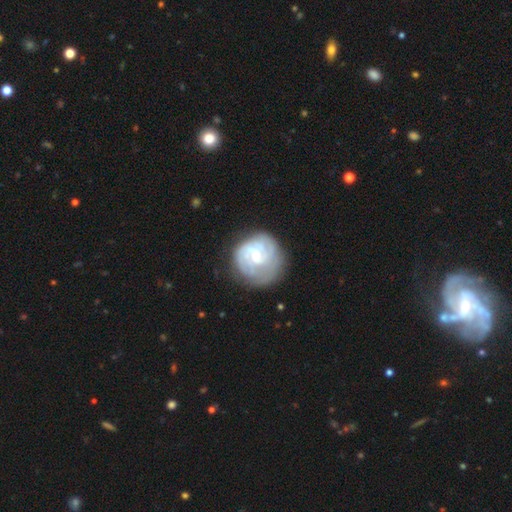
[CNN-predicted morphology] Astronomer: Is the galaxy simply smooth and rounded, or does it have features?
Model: featured or disk — 72%.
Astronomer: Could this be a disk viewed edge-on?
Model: no — 98%.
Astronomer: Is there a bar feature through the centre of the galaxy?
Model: no — 52% (runner-up: weak, 41%).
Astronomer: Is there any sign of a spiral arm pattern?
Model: yes — 85%.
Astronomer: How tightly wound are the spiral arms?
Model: tight — 54% (runner-up: medium, 33%).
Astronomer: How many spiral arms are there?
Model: can't tell — 36% (runner-up: 2, 33%).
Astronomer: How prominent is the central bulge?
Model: small — 53% (runner-up: moderate, 42%).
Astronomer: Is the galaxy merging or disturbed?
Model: none — 63%.